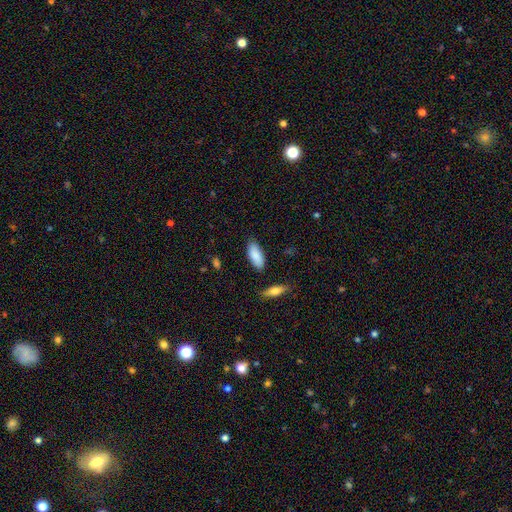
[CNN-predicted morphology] Smooth or featured: smooth — 87% (featured or disk — 7%)
How rounded: in between — 82% (cigar-shaped — 16%)
Merging: none — 82% (minor disturbance — 13%)